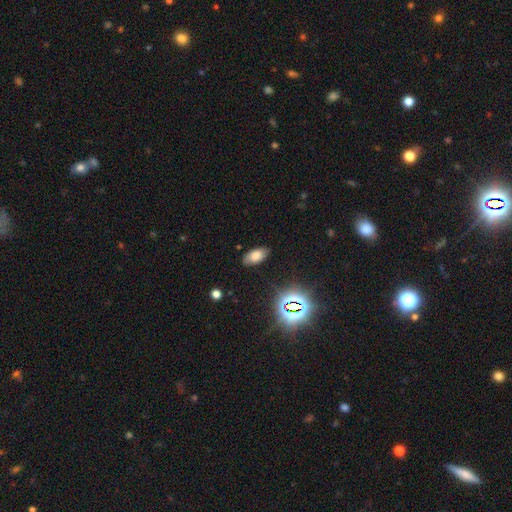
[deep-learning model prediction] Smooth or featured? Predicted: smooth (p=0.69). How rounded? Predicted: in between (p=0.93). Merging? Predicted: none (p=0.83).